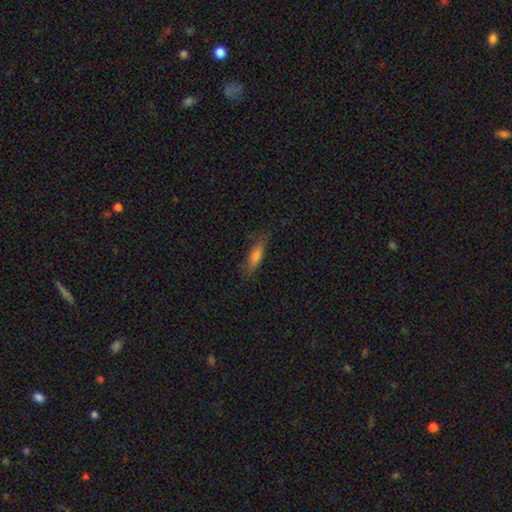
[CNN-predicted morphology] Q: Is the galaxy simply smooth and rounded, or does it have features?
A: smooth — 63%.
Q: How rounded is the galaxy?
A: cigar-shaped — 63%.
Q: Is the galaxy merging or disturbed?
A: none — 75%.